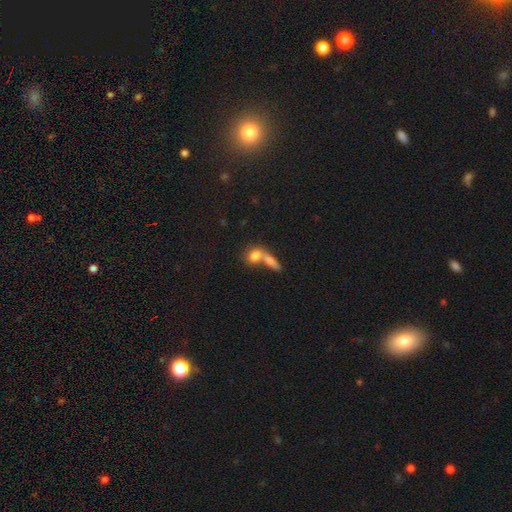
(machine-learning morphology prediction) smooth 76%, featured or disk 14%, star or artifact 9%. Down the decision tree: how rounded — in between (48%); merging — merger (53%).